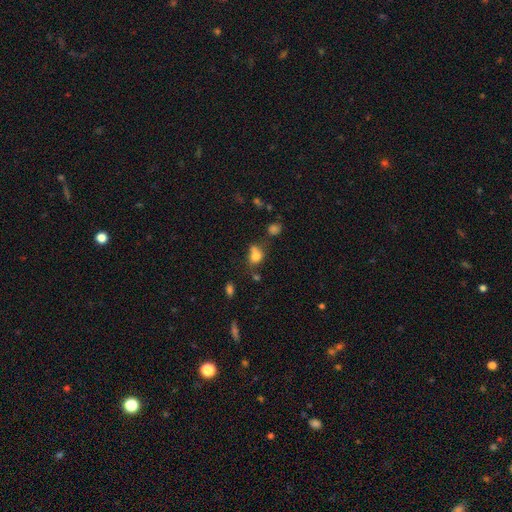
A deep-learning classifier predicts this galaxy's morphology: A smooth galaxy with no disk features (76%) that is round (52%). Merging: none (40%).